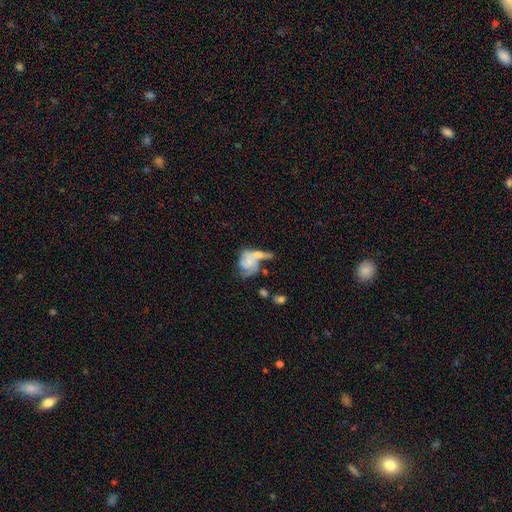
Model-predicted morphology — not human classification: type=featured or disk (56%); edge-on=no (95%); bar=no (78%); spiral arms=yes (61%); bulge=small (44%); merging=merger (43%).